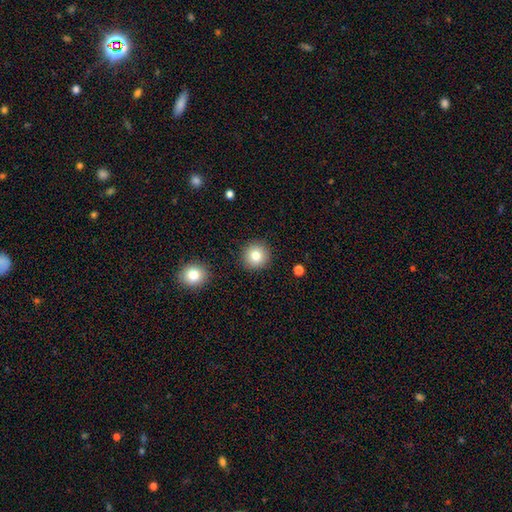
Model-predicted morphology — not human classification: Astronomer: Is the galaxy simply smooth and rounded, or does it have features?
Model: smooth — 80%.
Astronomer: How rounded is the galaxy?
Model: round — 94%.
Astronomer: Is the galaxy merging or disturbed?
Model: none — 90%.